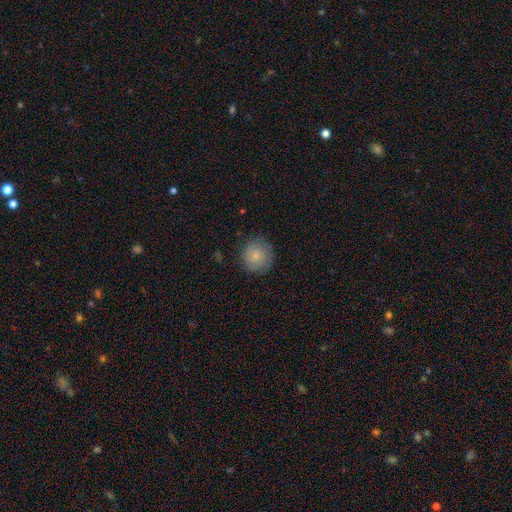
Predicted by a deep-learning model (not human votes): Smooth or featured? Predicted: smooth (p=0.80). How rounded? Predicted: round (p=0.93). Merging? Predicted: none (p=0.82).